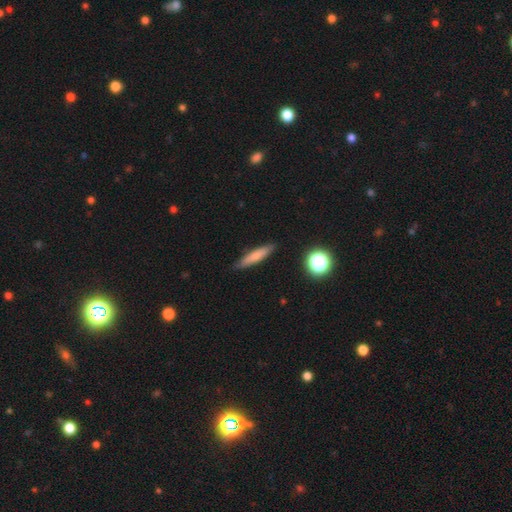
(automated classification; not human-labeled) The model was most divided on "smooth or featured": smooth: 69%, featured or disk: 22%, star or artifact: 8%. More confident: how rounded — cigar-shaped (87%); merging — none (86%).